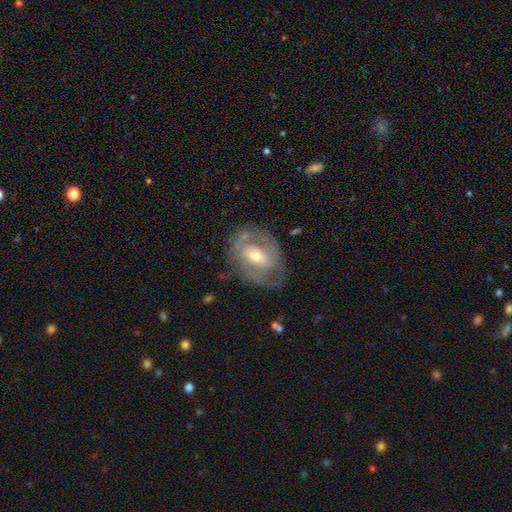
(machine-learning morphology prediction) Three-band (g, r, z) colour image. It shows a featured or disk galaxy (74%) with a weak bar (40%), spiral arms (70%) and a moderate central bulge (62%). Merging: none (69%).